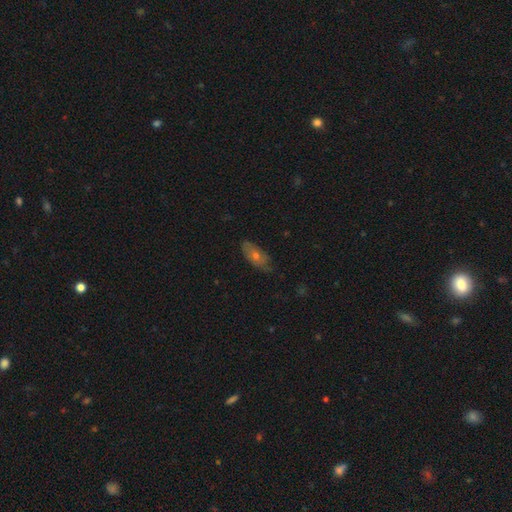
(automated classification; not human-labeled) Smooth or featured? smooth (47%)
Merging? none (76%)